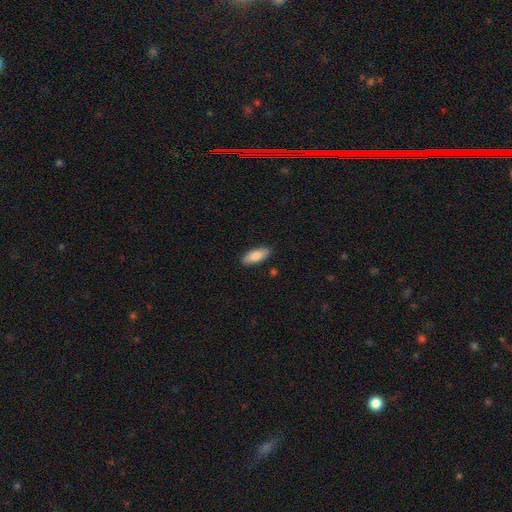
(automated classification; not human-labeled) The model was most divided on "how rounded": in between: 78%, cigar-shaped: 20%, round: 2%. More confident: merging — none (88%); smooth or featured — smooth (85%).